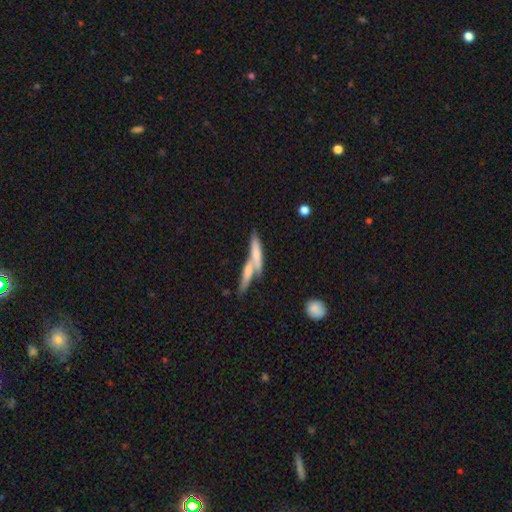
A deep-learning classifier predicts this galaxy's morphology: This appears to be a smooth galaxy with no disk features (55%) that is cigar-shaped (83%). Merging: merger (47%).